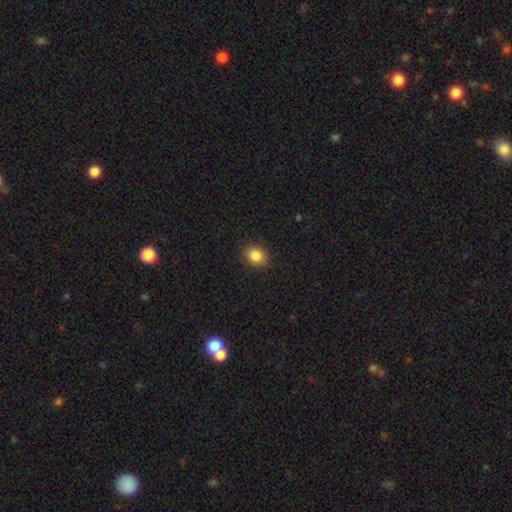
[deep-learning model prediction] Smooth or featured? smooth (85%)
How rounded? round (62%)
Merging? none (89%)